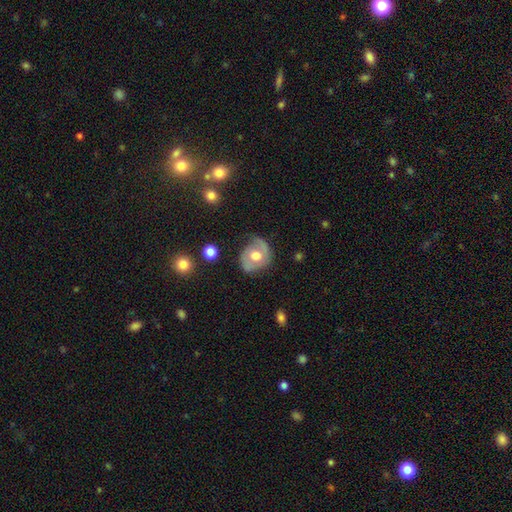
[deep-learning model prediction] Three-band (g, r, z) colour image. It shows a featured or disk galaxy (54%) with no bar (72%), spiral arms (61%) and a moderate central bulge (64%). Merging: none (63%).